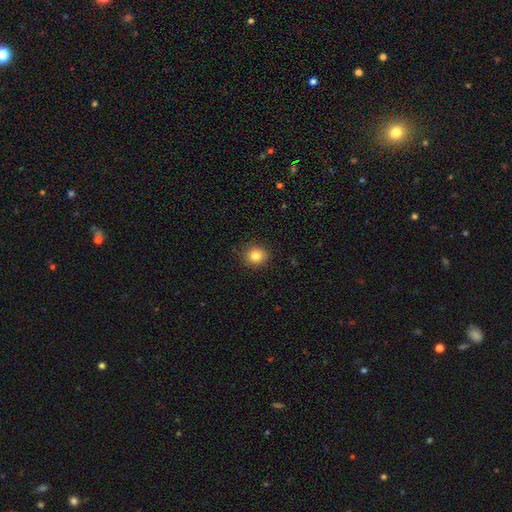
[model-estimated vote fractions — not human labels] smooth-or-featured: smooth: 84% | star or artifact: 11% | featured or disk: 6%
  how-rounded: round: 80% | in between: 19% | cigar-shaped: 1%
  merging: none: 89% | minor disturbance: 8% | major disturbance: 2% | merger: 1%